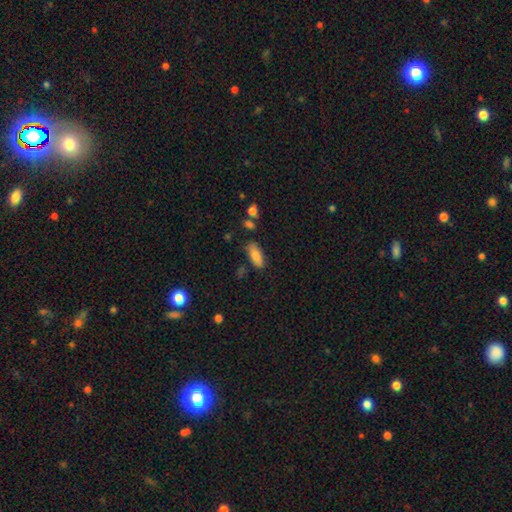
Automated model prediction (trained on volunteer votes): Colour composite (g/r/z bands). It shows a smooth galaxy with no disk features (81%) that is in between round and cigar-shaped (80%). Merging: none (75%).